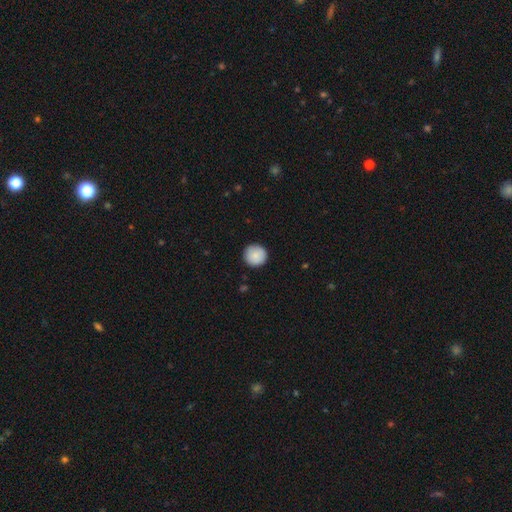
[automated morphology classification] Smooth or featured: smooth — 88% (star or artifact — 7%)
How rounded: round — 96% (in between — 3%)
Merging: none — 91% (minor disturbance — 7%)